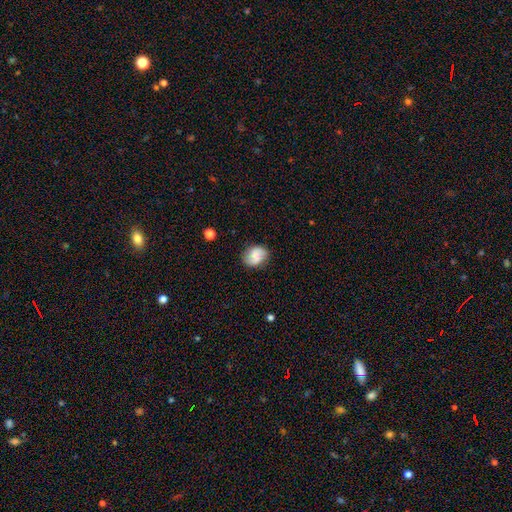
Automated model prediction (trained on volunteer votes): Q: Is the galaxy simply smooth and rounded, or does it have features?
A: smooth — 52%.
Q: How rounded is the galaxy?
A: in between — 50%.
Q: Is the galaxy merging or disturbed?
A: none — 79%.